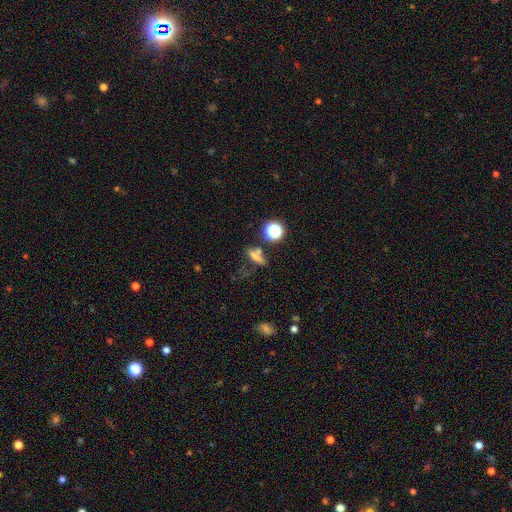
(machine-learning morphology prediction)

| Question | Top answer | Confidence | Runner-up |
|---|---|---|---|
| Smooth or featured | smooth | 54% | star or artifact (29%) |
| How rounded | in between | 45% | cigar-shaped (30%) |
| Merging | none | 42% | merger (20%) |